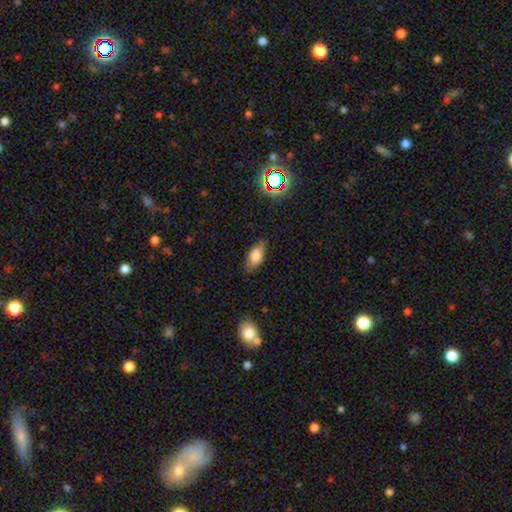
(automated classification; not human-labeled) Q: Smooth or featured?
A: smooth (76%); runner-up: featured or disk (15%)
Q: How rounded?
A: in between (86%); runner-up: cigar-shaped (10%)
Q: Merging?
A: none (78%); runner-up: minor disturbance (17%)